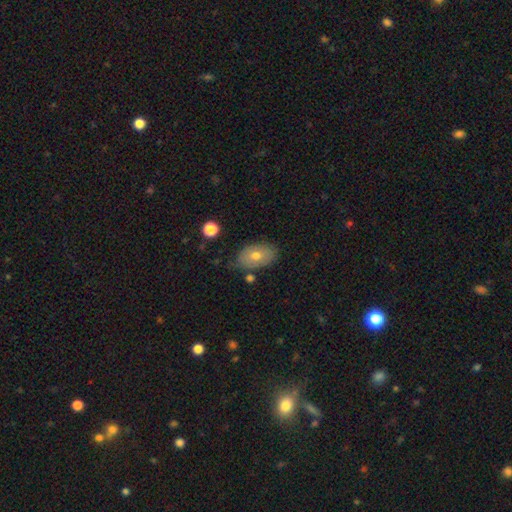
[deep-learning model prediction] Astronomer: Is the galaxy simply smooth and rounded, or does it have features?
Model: smooth — 70%.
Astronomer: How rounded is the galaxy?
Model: in between — 89%.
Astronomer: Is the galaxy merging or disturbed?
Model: none — 69%.